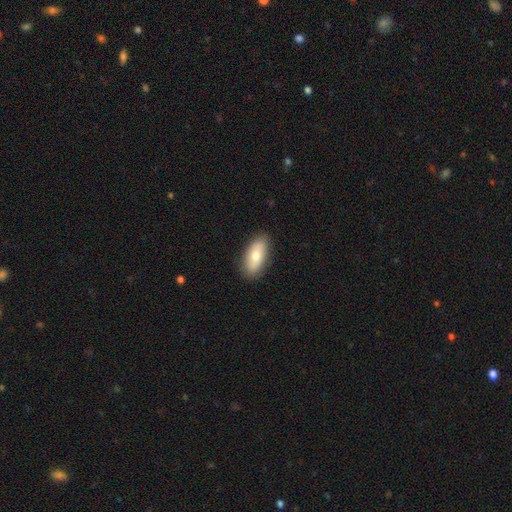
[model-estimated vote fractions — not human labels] The model was most divided on "smooth or featured": smooth: 75%, featured or disk: 19%, star or artifact: 6%. More confident: how rounded — in between (87%); merging — none (87%).